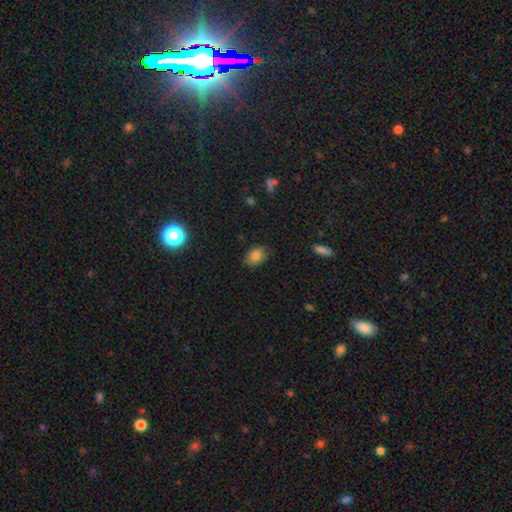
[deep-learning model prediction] Smooth or featured? Predicted: smooth (p=0.82). How rounded? Predicted: in between (p=0.78). Merging? Predicted: none (p=0.78).